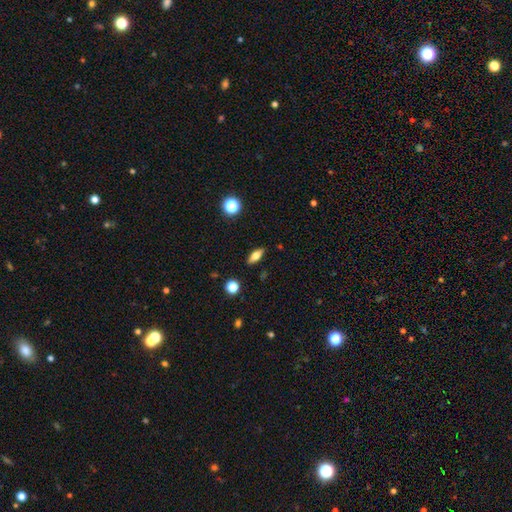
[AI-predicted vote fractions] A smooth galaxy with no disk features (62%) that is in between round and cigar-shaped (69%). Merging: none (89%).